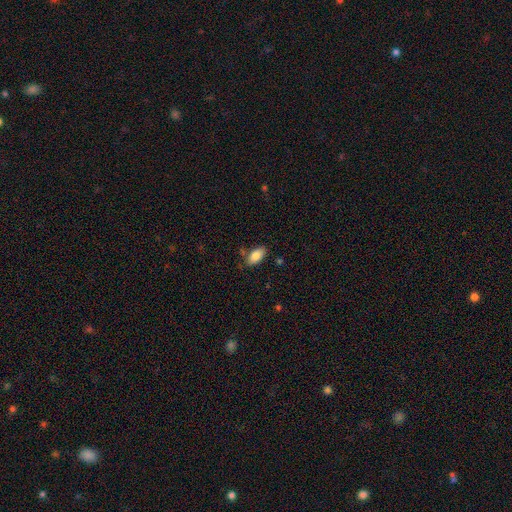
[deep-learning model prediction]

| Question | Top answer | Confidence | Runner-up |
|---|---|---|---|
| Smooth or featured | smooth | 85% | featured or disk (8%) |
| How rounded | in between | 92% | cigar-shaped (6%) |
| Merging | none | 78% | minor disturbance (14%) |